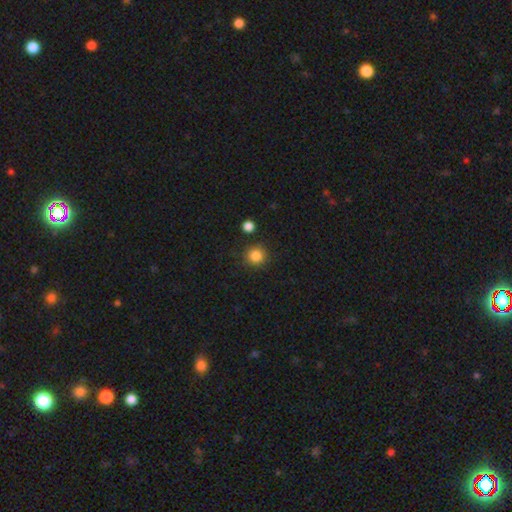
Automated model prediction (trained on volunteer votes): Overall: smooth (85%). How rounded: round (93%). Merging: none (86%).